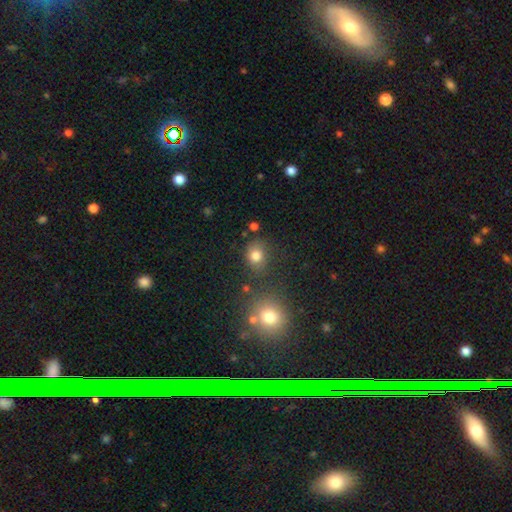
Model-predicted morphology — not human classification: smooth_or_featured: smooth (p=0.78) [alt: star or artifact p=0.15]
how_rounded: round (p=0.61) [alt: in between p=0.38]
merging: none (p=0.70) [alt: minor disturbance p=0.16]